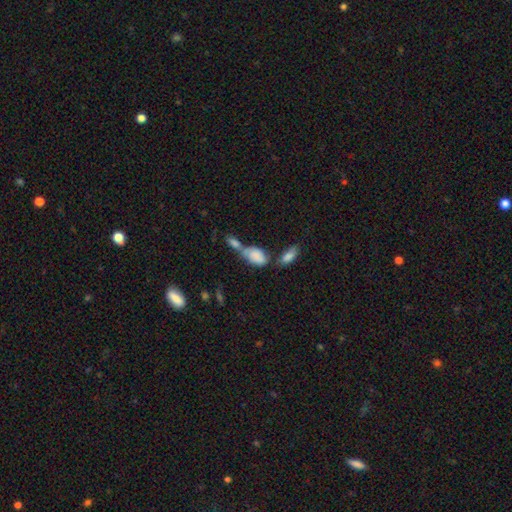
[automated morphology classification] Smooth or featured: smooth — 79% (featured or disk — 13%)
How rounded: in between — 90% (round — 5%)
Merging: merger — 57% (none — 24%)